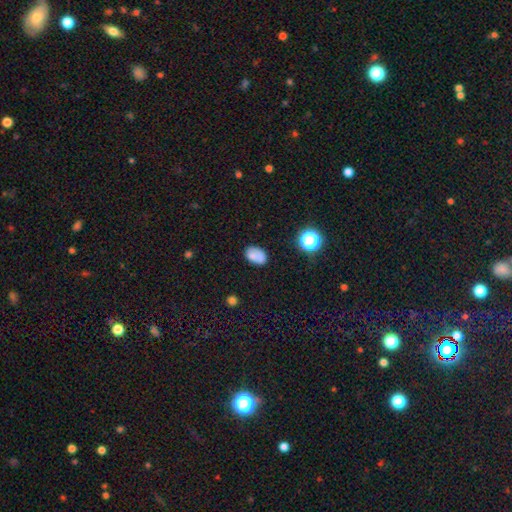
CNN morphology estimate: A smooth galaxy with no disk features (79%) that is in between round and cigar-shaped (84%).

Vote fractions:
- Smooth or featured? smooth: 79% / star or artifact: 12% / featured or disk: 9%
- How rounded? in between: 84% / round: 15% / cigar-shaped: 1%
- Merging? none: 75% / minor disturbance: 16% / merger: 5% / major disturbance: 4%